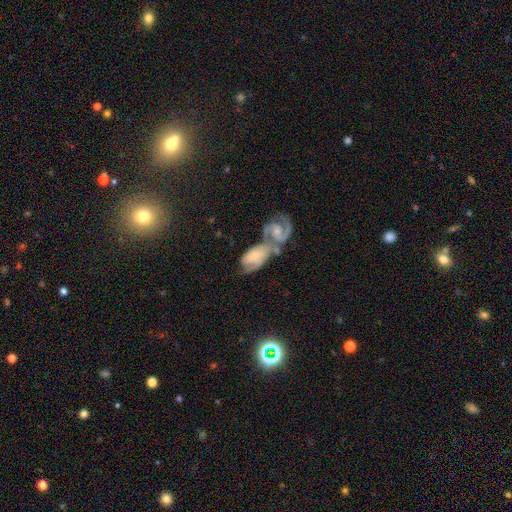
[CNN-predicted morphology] Q: Smooth or featured?
A: featured or disk (74%); runner-up: smooth (20%)
Q: Edge-on disk?
A: no (95%); runner-up: yes (5%)
Q: Bar?
A: no (59%); runner-up: weak (32%)
Q: Spiral arms?
A: yes (94%); runner-up: no (6%)
Q: Spiral winding?
A: medium (45%); runner-up: tight (42%)
Q: Spiral arm count?
A: 2 (78%); runner-up: can't tell (9%)
Q: Bulge size?
A: small (59%); runner-up: moderate (30%)
Q: Merging?
A: merger (66%); runner-up: none (18%)